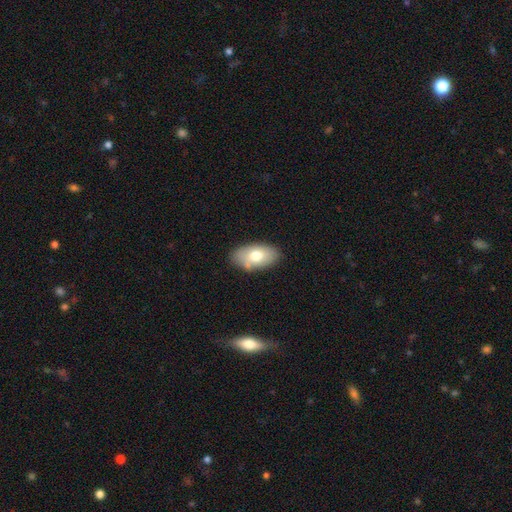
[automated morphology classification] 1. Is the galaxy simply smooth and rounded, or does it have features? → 71% smooth, 22% featured or disk, 7% star or artifact.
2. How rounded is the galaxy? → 93% in between, 5% round, 2% cigar-shaped.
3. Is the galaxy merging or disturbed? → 76% none, 17% minor disturbance, 4% major disturbance, 3% merger.